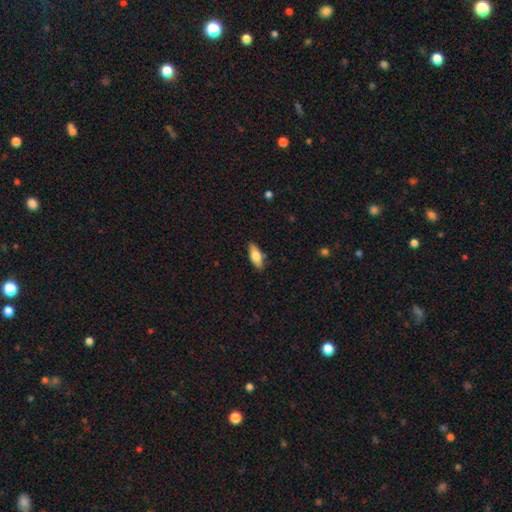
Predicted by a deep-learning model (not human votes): smooth 68%, featured or disk 26%, star or artifact 6%. Down the decision tree: how rounded — in between (74%); merging — none (85%).